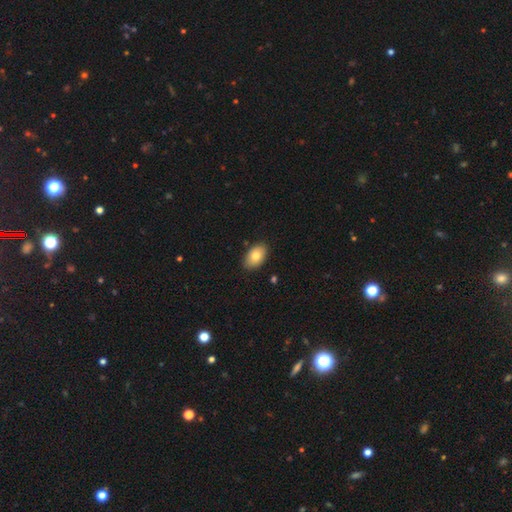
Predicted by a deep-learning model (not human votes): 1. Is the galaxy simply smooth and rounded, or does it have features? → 80% smooth, 13% featured or disk, 7% star or artifact.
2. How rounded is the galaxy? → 91% in between, 7% round, 1% cigar-shaped.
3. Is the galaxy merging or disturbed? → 86% none, 10% minor disturbance, 2% major disturbance, 1% merger.